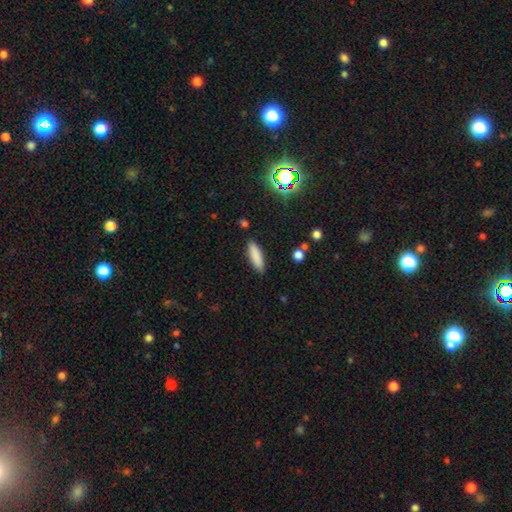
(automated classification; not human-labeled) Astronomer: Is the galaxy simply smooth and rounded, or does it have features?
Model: smooth — 85%.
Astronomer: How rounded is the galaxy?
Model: cigar-shaped — 57% (runner-up: in between, 42%).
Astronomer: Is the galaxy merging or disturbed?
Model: none — 87%.